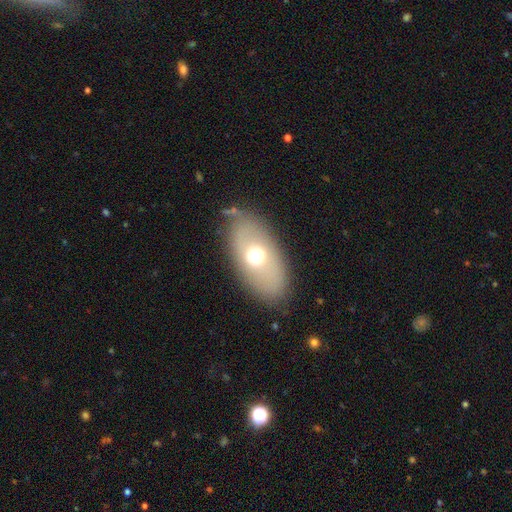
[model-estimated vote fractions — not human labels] A smooth galaxy with no disk features (56%) that is in between round and cigar-shaped (87%).

Vote fractions:
- Smooth or featured? smooth: 56% / featured or disk: 34% / star or artifact: 10%
- How rounded? in between: 87% / round: 9% / cigar-shaped: 4%
- Merging? none: 80% / minor disturbance: 12% / major disturbance: 6% / merger: 2%